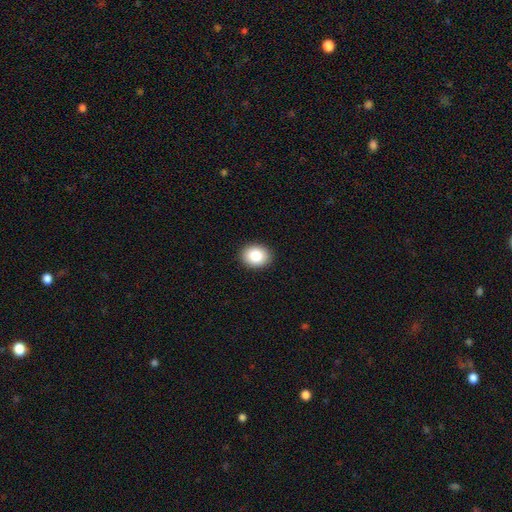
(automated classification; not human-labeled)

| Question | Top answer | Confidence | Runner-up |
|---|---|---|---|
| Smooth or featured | smooth | 87% | star or artifact (8%) |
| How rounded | round | 52% | in between (48%) |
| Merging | none | 91% | minor disturbance (6%) |